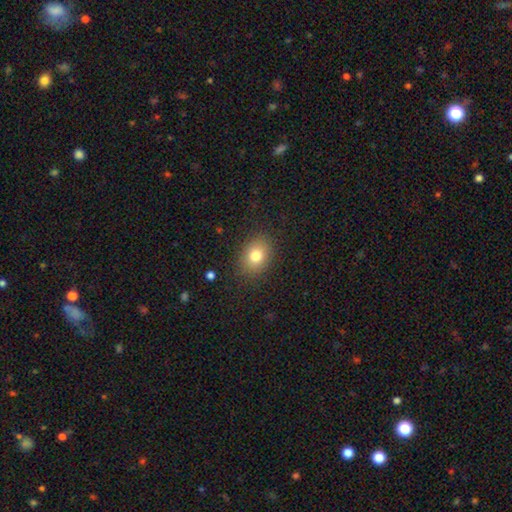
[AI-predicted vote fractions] Smooth or featured? Predicted: smooth (p=0.78). How rounded? Predicted: in between (p=0.60). Merging? Predicted: none (p=0.86).